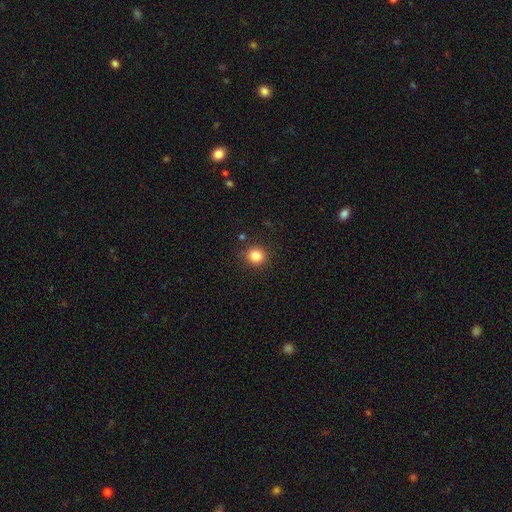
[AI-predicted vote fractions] This appears to be a smooth galaxy with no disk features (84%) that is round (84%). Merging: none (87%).